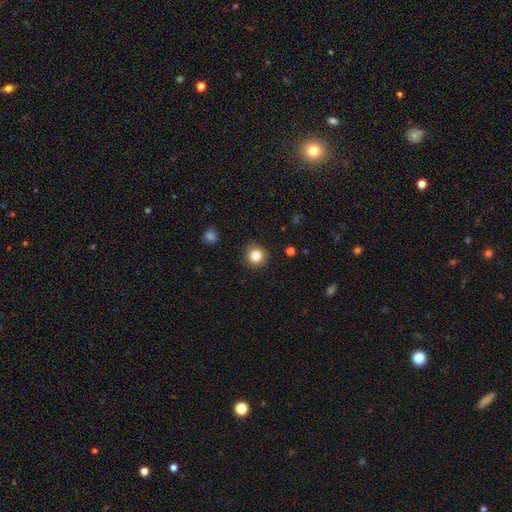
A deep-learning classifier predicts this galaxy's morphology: This is clearly a smooth galaxy (84%). How rounded: clearly round (92%). Merging: clearly none (87%).